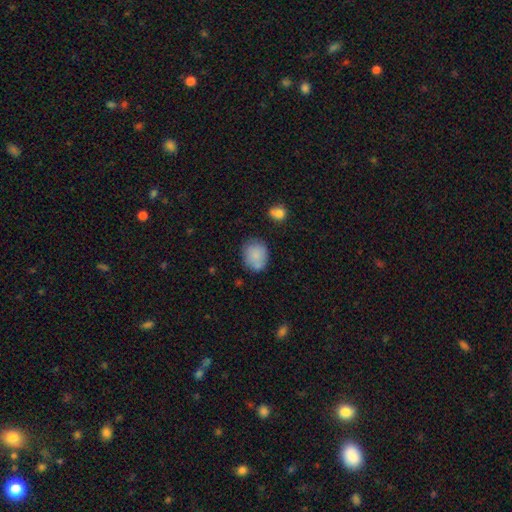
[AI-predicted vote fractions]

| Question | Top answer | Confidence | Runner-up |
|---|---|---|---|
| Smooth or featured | smooth | 82% | featured or disk (10%) |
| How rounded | round | 55% | in between (44%) |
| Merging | none | 65% | minor disturbance (21%) |